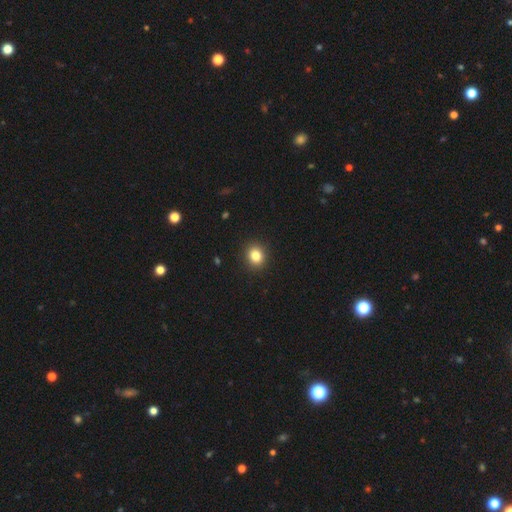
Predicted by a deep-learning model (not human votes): Smooth or featured?
  - smooth: 84% *
  - star or artifact: 11%
  - featured or disk: 5%
How rounded?
  - round: 74% *
  - in between: 25%
  - cigar-shaped: 1%
Merging?
  - none: 91% *
  - minor disturbance: 6%
  - major disturbance: 2%
  - merger: 1%